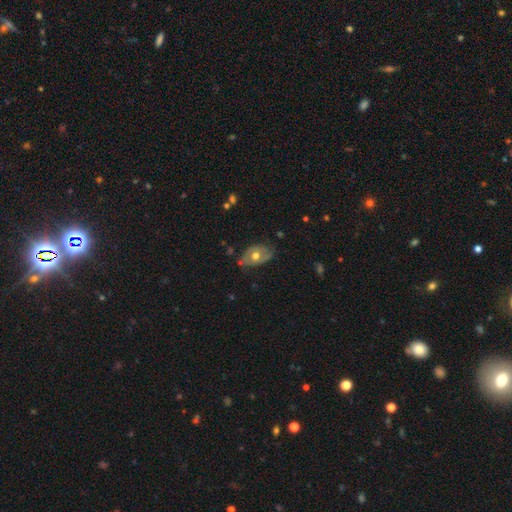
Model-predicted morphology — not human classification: Overall: featured or disk (54%; smooth 39%). Edge-on disk: no (91%). Merging: none (64%; minor disturbance 27%).